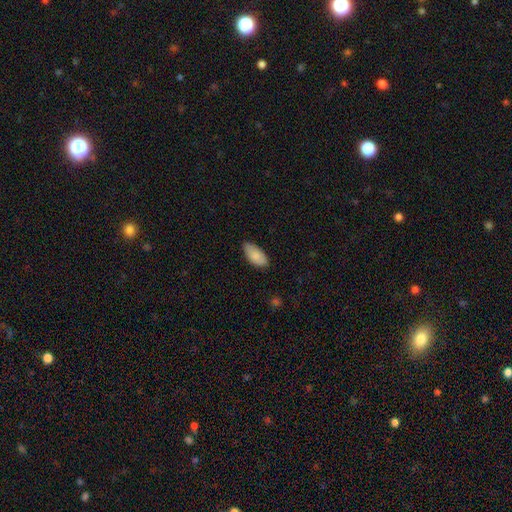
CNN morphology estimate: Smooth or featured? smooth (86%)
How rounded? in between (93%)
Merging? none (76%)